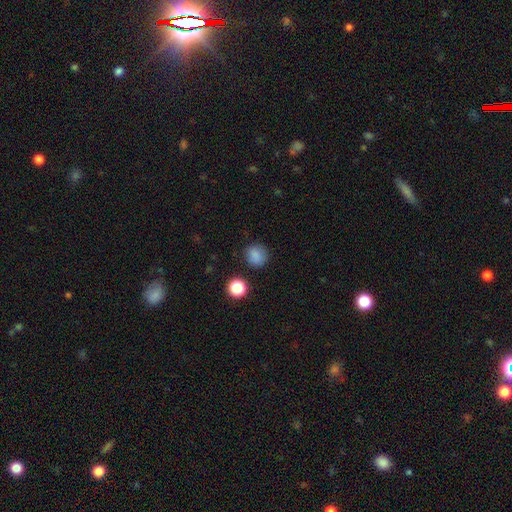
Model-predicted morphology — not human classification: smooth 83%, star or artifact 13%, featured or disk 5%. Down the decision tree: how rounded — round (85%); merging — none (83%).